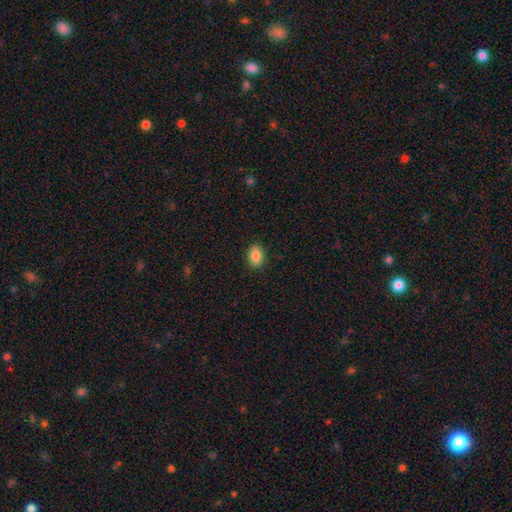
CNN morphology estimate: The model was most divided on "how rounded": in between: 81%, round: 18%, cigar-shaped: 1%. More confident: merging — none (89%); smooth or featured — smooth (89%).